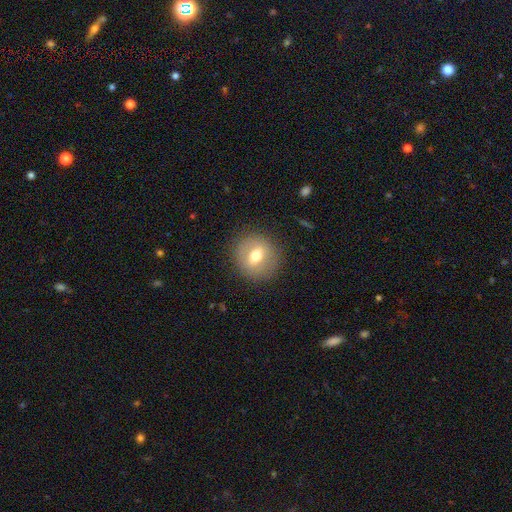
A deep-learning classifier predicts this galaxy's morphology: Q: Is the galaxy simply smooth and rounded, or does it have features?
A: smooth — 57%.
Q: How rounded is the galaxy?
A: round — 82%.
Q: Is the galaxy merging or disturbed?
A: none — 86%.